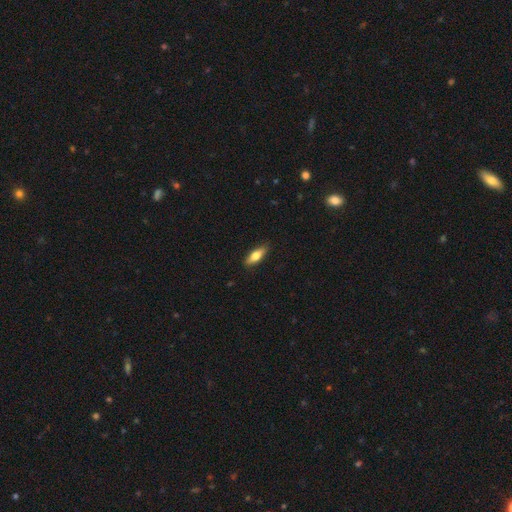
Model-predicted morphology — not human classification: smooth-or-featured: smooth: 66% | featured or disk: 28% | star or artifact: 6%
  how-rounded: in between: 59% | cigar-shaped: 38% | round: 3%
  merging: none: 88% | minor disturbance: 9% | major disturbance: 2% | merger: 1%